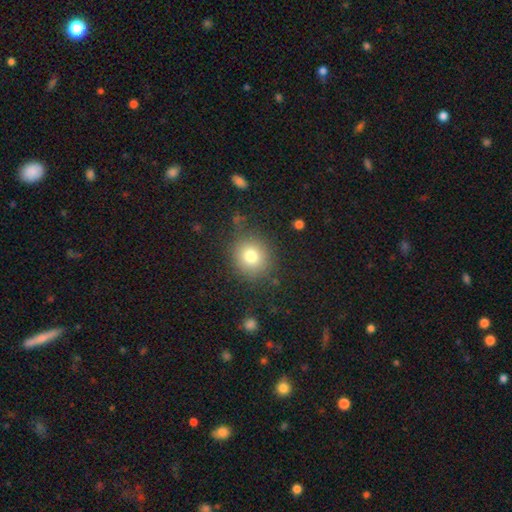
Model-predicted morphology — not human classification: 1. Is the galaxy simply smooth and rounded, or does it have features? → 72% smooth, 21% star or artifact, 7% featured or disk.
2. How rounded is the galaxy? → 89% round, 10% in between, 1% cigar-shaped.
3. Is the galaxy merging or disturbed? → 88% none, 7% minor disturbance, 2% major disturbance, 2% merger.